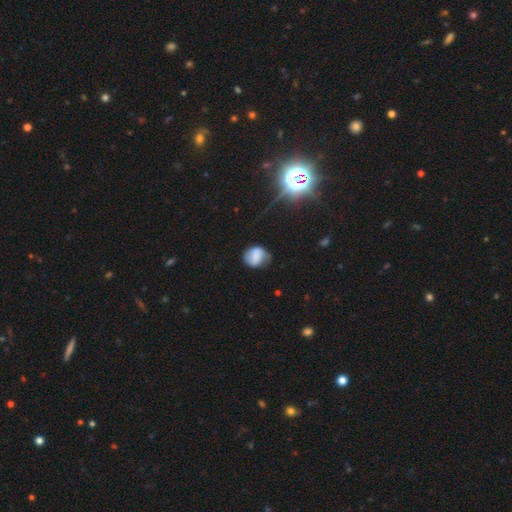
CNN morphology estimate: A smooth galaxy with no disk features (60%) that is round (71%). Merging: none (60%).